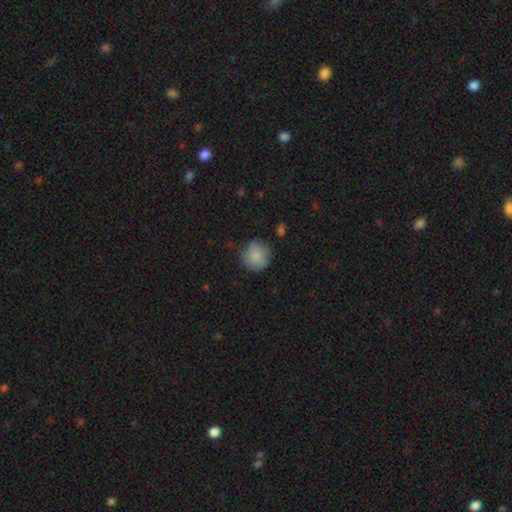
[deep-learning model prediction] A smooth galaxy with no disk features (82%) that is round (86%). Merging: none (67%).